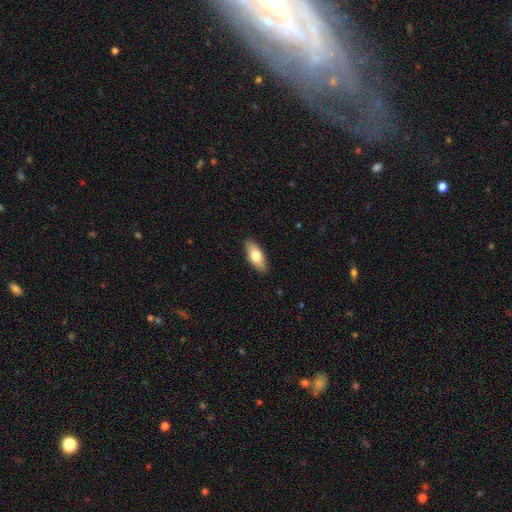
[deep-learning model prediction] A smooth galaxy with no disk features (72%) that is in between round and cigar-shaped (79%). Merging: none (88%).